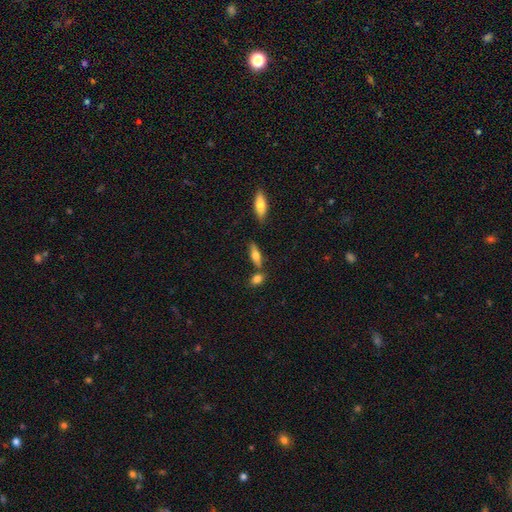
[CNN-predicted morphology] type=smooth (62%); roundness=in between (53%); merging=none (67%).